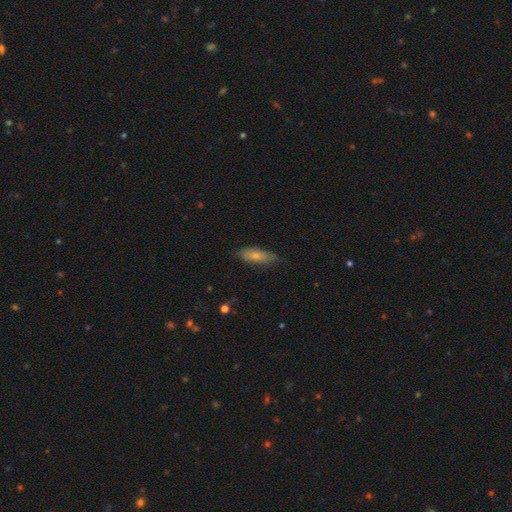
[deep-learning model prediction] Morphology: type=smooth (74%); roundness=in between (63%); merging=none (72%).